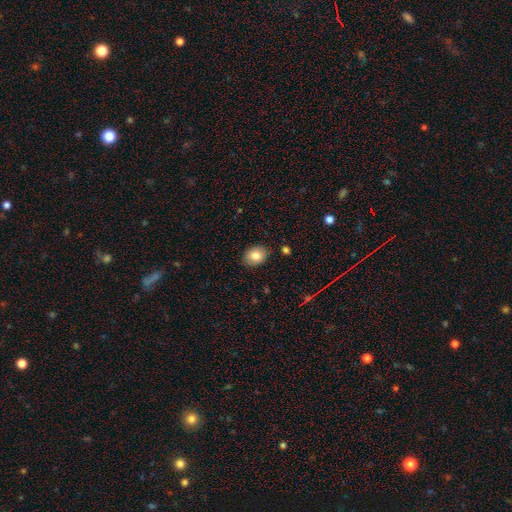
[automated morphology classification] Smooth or featured? smooth (82%)
How rounded? in between (68%)
Merging? none (86%)